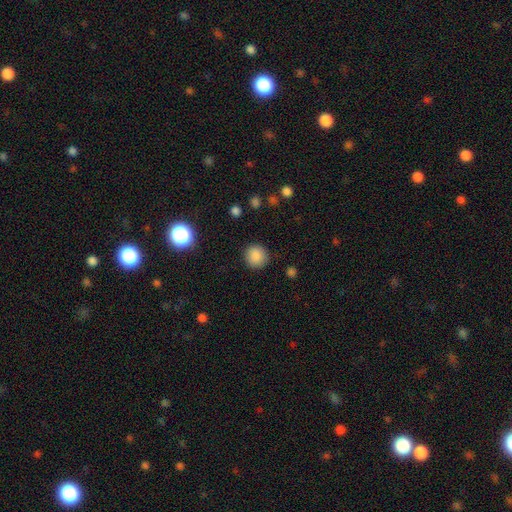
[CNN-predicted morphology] smooth_or_featured: smooth (p=0.87) [alt: star or artifact p=0.10]
how_rounded: round (p=0.93) [alt: in between p=0.06]
merging: none (p=0.89) [alt: minor disturbance p=0.07]